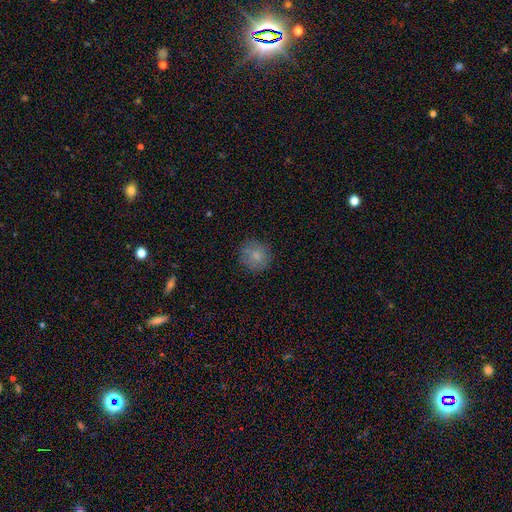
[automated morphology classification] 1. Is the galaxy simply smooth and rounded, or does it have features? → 79% smooth, 11% featured or disk, 9% star or artifact.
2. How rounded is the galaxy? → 90% round, 10% in between, 1% cigar-shaped.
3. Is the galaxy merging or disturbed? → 82% none, 13% minor disturbance, 4% major disturbance, 2% merger.